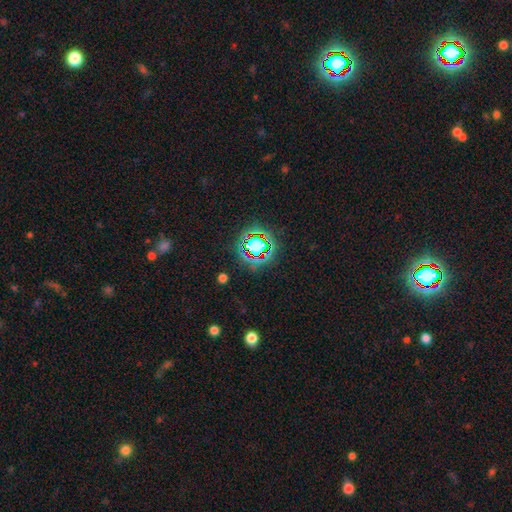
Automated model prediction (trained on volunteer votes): smooth_or_featured: star or artifact (p=0.78) [alt: smooth p=0.13]